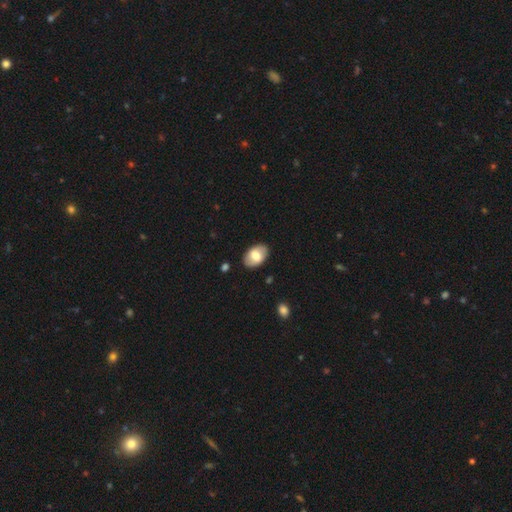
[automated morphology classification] The model was most divided on "smooth or featured": smooth: 72%, featured or disk: 22%, star or artifact: 6%. More confident: how rounded — in between (90%); merging — none (86%).